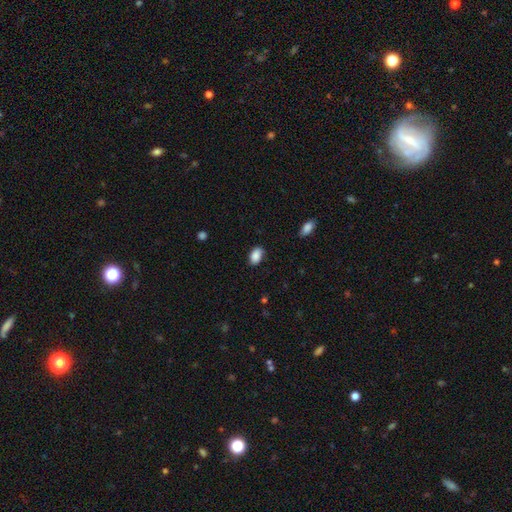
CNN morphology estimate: Q: Smooth or featured?
A: smooth (87%); runner-up: star or artifact (8%)
Q: How rounded?
A: in between (88%); runner-up: round (10%)
Q: Merging?
A: none (77%); runner-up: minor disturbance (18%)